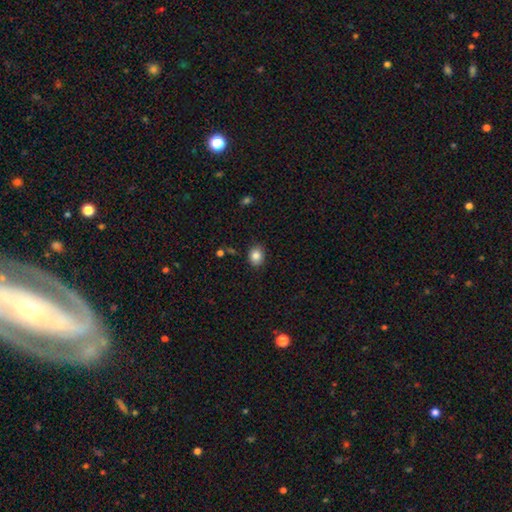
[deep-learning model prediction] smooth_or_featured: smooth (p=0.84) [alt: star or artifact p=0.09]
how_rounded: round (p=0.57) [alt: in between p=0.42]
merging: none (p=0.86) [alt: minor disturbance p=0.10]